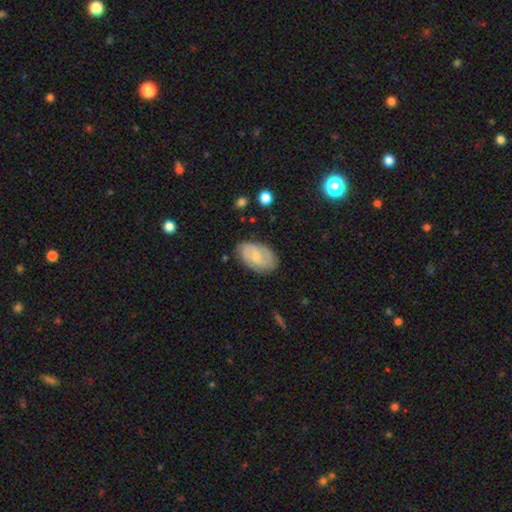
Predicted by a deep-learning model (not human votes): smooth-or-featured: featured or disk: 49% | smooth: 44% | star or artifact: 7%
  merging: none: 78% | minor disturbance: 17% | major disturbance: 4% | merger: 1%